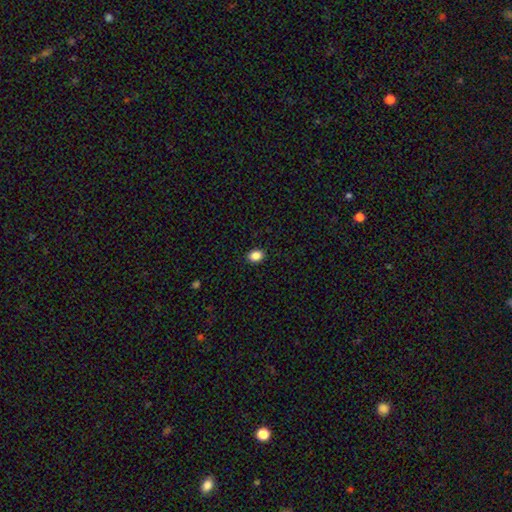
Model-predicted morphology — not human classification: Smooth or featured? smooth (87%)
How rounded? in between (56%)
Merging? none (91%)